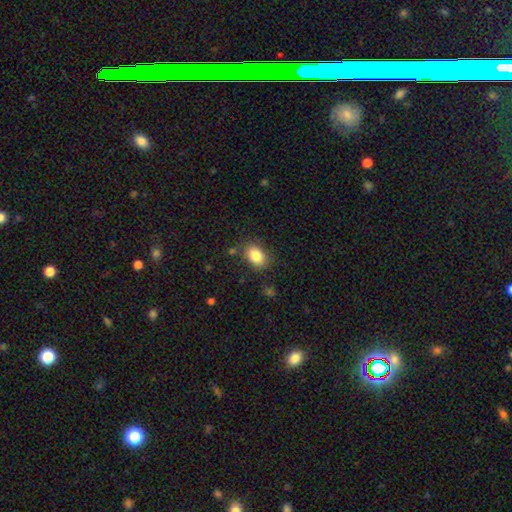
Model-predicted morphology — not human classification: This is clearly a smooth galaxy (85%). How rounded: likely in between (78%). Merging: clearly none (81%).